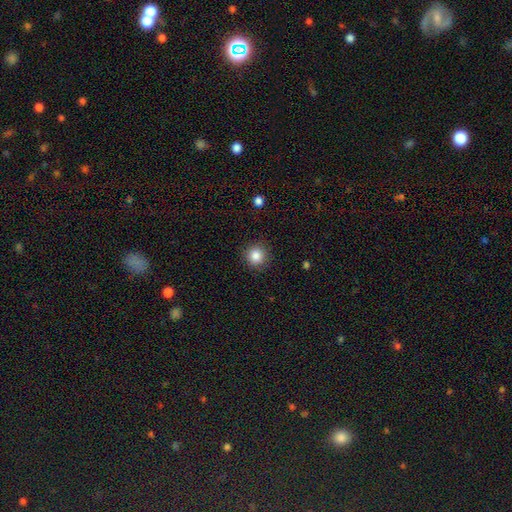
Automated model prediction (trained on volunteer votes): A smooth galaxy with no disk features (85%) that is round (94%). Merging: none (90%).